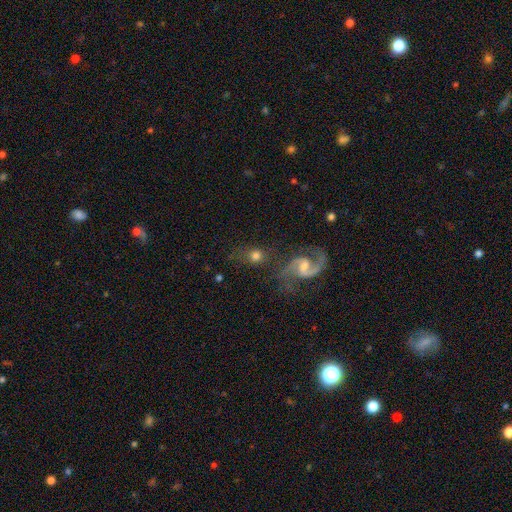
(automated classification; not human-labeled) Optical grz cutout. It shows a smooth galaxy with no disk features (53%) that is round (75%). Merging: none (63%).